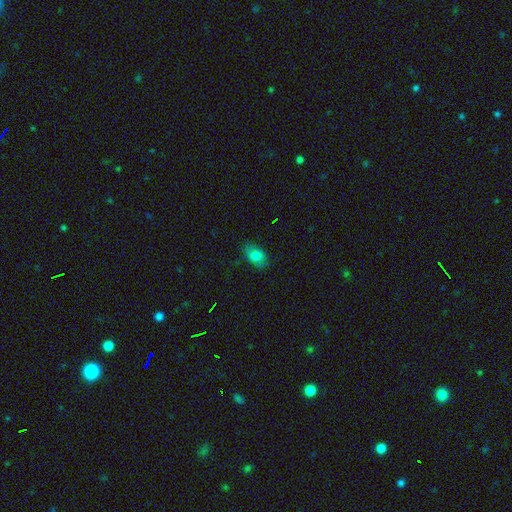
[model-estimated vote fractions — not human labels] Smooth or featured: smooth — 79% (star or artifact — 11%)
How rounded: in between — 85% (round — 13%)
Merging: none — 71% (minor disturbance — 21%)